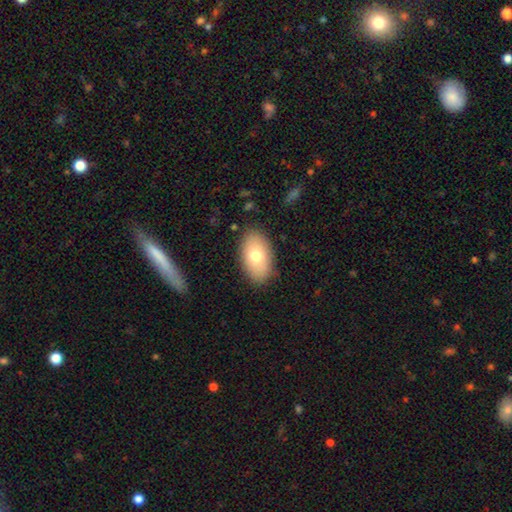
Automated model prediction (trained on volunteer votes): Smooth or featured? smooth (73%)
How rounded? in between (92%)
Merging? none (86%)